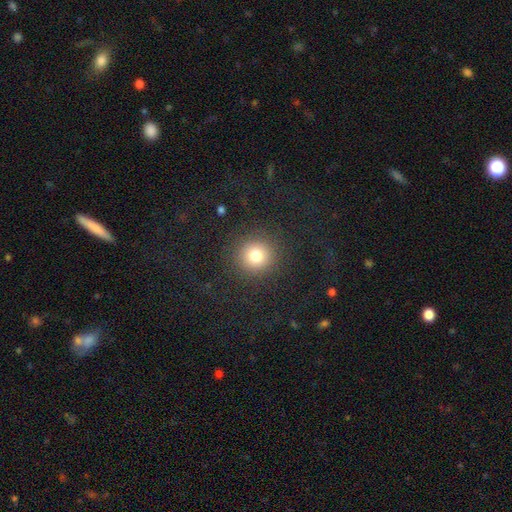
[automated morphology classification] Smooth or featured: smooth — 78% (star or artifact — 15%)
How rounded: round — 94% (in between — 5%)
Merging: none — 90% (minor disturbance — 6%)